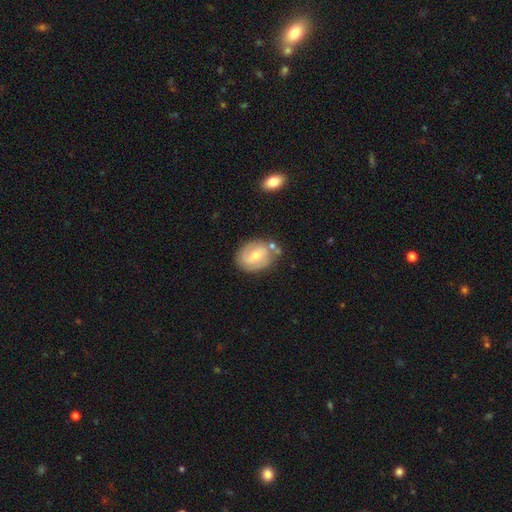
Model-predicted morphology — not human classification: smooth-or-featured: featured or disk: 54% | smooth: 39% | star or artifact: 7%
  disk-edge-on: no: 96% | yes: 4%
    bar: weak: 47% | no: 39% | strong: 14%
    has-spiral-arms: yes: 72% | no: 28%
    bulge-size: moderate: 48% (tied) | small: 48% (tied) | large: 2% | none: 2% | dominant: 1%
  merging: none: 62% | minor disturbance: 20% | merger: 12% | major disturbance: 6%